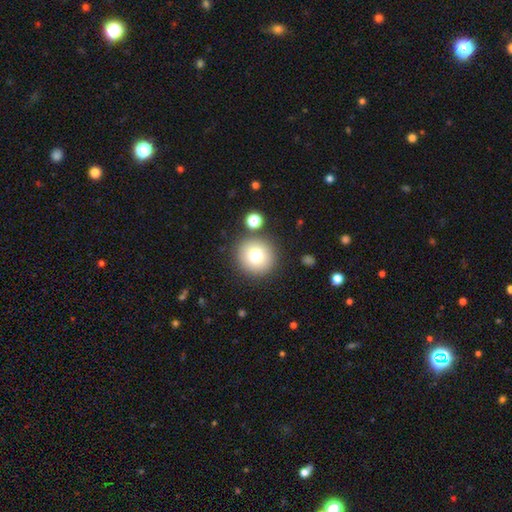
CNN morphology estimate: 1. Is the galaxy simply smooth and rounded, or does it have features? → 76% smooth, 12% featured or disk, 12% star or artifact.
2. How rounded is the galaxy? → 94% round, 5% in between, 1% cigar-shaped.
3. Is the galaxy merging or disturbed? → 85% none, 7% minor disturbance, 6% merger, 3% major disturbance.